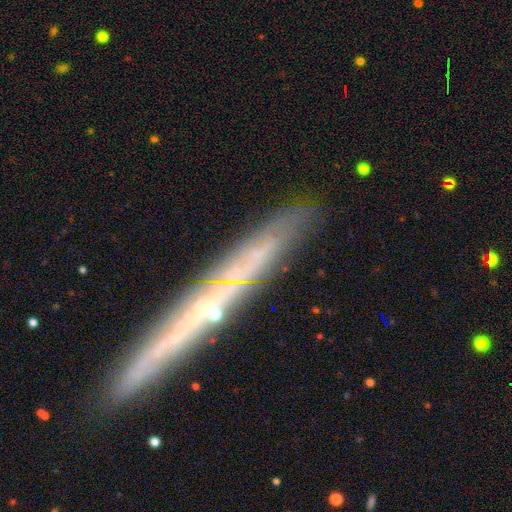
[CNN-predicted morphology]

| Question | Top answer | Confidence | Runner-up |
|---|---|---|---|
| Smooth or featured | featured or disk | 42% | smooth (38%) |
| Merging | none | 78% | minor disturbance (14%) |